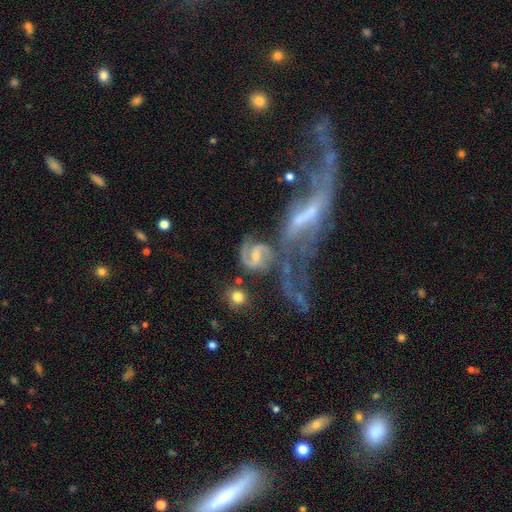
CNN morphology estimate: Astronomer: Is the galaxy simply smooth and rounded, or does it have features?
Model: featured or disk — 83%.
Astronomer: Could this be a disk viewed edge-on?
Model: no — 97%.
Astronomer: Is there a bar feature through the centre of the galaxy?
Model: weak — 47% (runner-up: strong, 27%).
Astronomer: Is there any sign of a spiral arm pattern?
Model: yes — 95%.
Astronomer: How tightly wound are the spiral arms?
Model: medium — 51% (runner-up: tight, 27%).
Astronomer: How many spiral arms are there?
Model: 2 — 85%.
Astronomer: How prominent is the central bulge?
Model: small — 51% (runner-up: moderate, 41%).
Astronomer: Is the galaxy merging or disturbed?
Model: none — 42% (runner-up: merger, 28%).